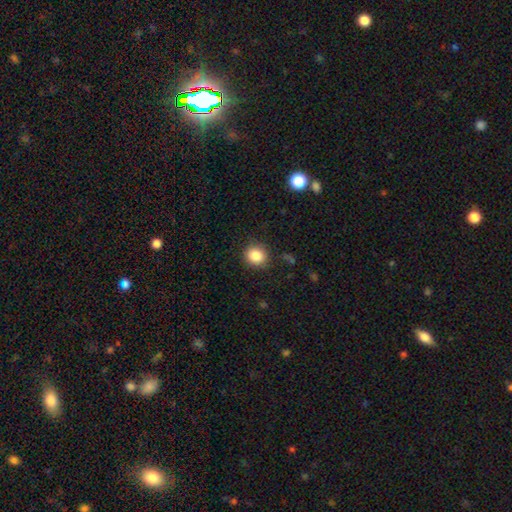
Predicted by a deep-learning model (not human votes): Smooth or featured?
  - smooth: 86% *
  - star or artifact: 10%
  - featured or disk: 4%
How rounded?
  - round: 84% *
  - in between: 15%
  - cigar-shaped: 1%
Merging?
  - none: 87% *
  - minor disturbance: 9%
  - major disturbance: 3%
  - merger: 1%